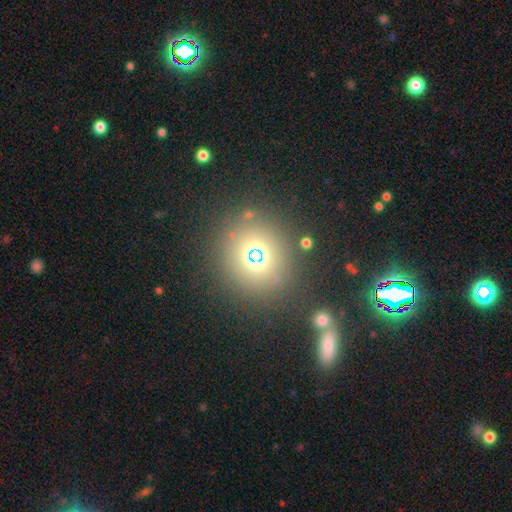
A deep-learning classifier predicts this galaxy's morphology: Smooth or featured?
  - smooth: 46% *
  - star or artifact: 43%
  - featured or disk: 11%
Merging?
  - none: 83% *
  - minor disturbance: 8%
  - major disturbance: 5%
  - merger: 4%